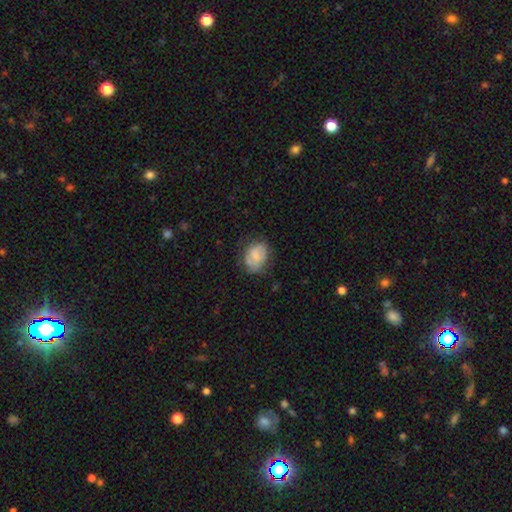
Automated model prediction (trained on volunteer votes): This is likely a smooth galaxy (66%). How rounded: likely in between (64%). Merging: likely none (63%).